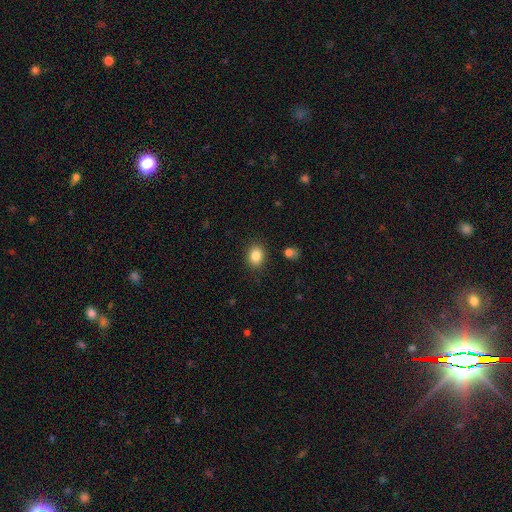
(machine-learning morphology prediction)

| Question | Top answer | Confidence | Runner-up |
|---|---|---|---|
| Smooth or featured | smooth | 85% | star or artifact (10%) |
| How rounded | round | 54% | in between (45%) |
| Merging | none | 88% | minor disturbance (8%) |